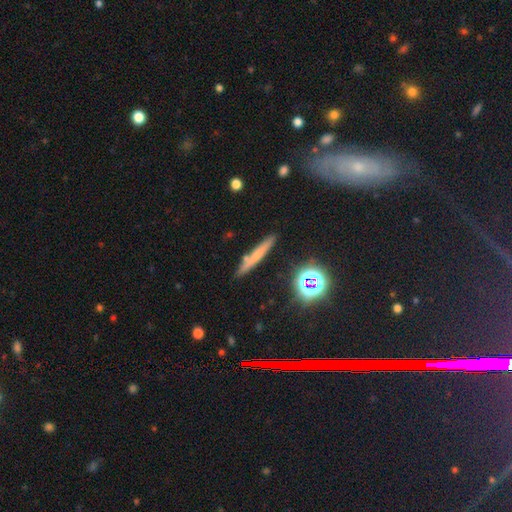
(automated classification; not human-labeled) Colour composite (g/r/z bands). It shows a smooth galaxy with no disk features (55%) that is cigar-shaped (90%). Merging: none (83%).